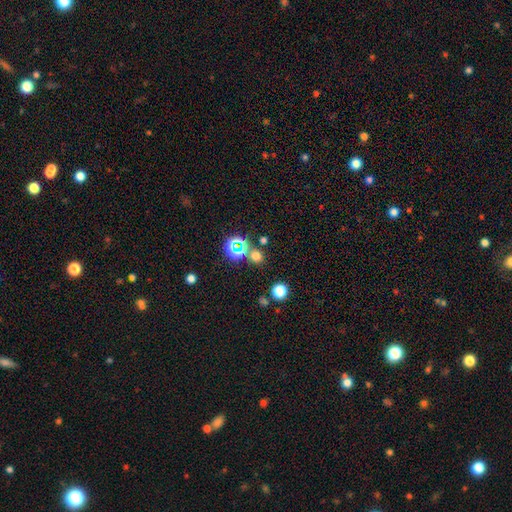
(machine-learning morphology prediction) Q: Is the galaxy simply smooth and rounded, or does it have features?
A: smooth — 61%.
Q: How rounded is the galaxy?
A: round — 90%.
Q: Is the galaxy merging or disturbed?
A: none — 78%.